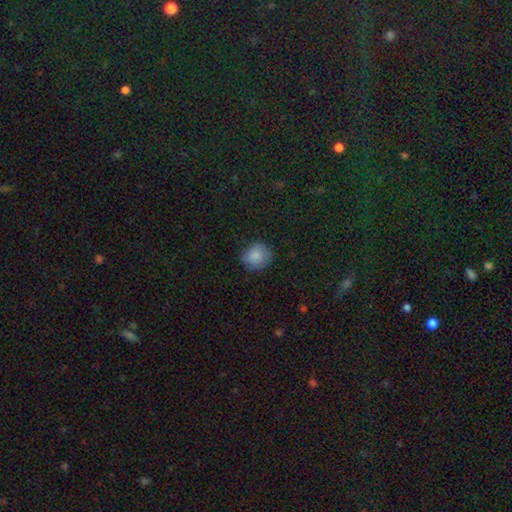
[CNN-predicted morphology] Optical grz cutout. It shows a smooth galaxy with no disk features (85%) that is round (76%). Merging: none (76%).